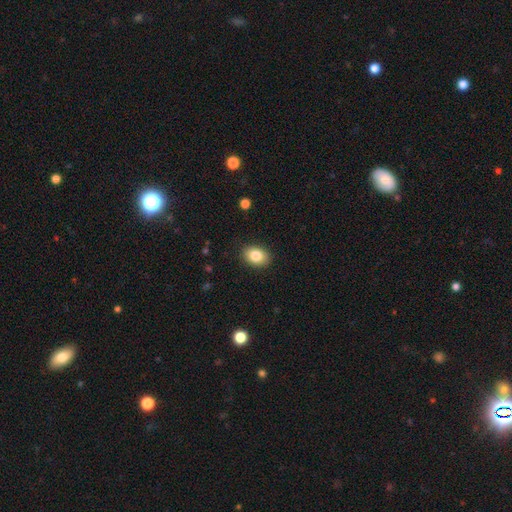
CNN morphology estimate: A smooth galaxy with no disk features (83%) that is in between round and cigar-shaped (75%).

Vote fractions:
- Smooth or featured? smooth: 83% / star or artifact: 9% / featured or disk: 8%
- How rounded? in between: 75% / round: 24% / cigar-shaped: 1%
- Merging? none: 89% / minor disturbance: 8% / major disturbance: 2% / merger: 1%